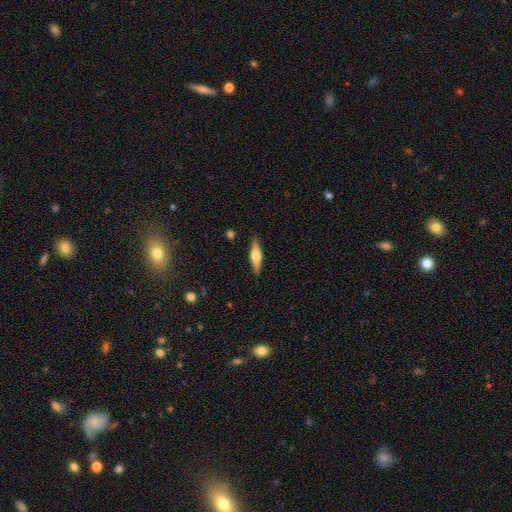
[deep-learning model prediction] Smooth or featured? Predicted: featured or disk (p=0.55). Edge-on disk? Predicted: yes (p=0.95). Edge-on bulge? Predicted: rounded (p=0.86). Merging? Predicted: none (p=0.88).